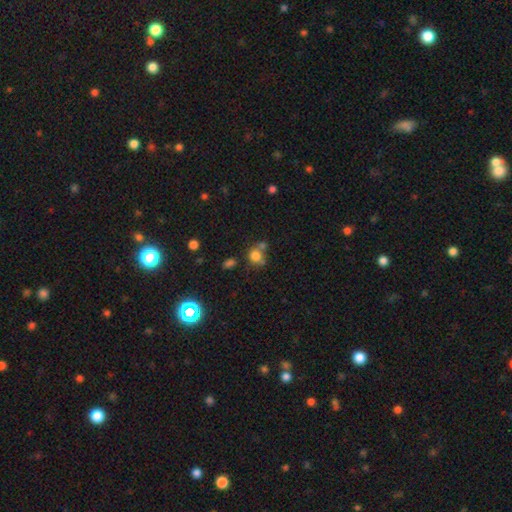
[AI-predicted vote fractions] Q: Smooth or featured?
A: smooth (77%); runner-up: star or artifact (14%)
Q: How rounded?
A: round (79%); runner-up: in between (20%)
Q: Merging?
A: none (51%); runner-up: merger (30%)